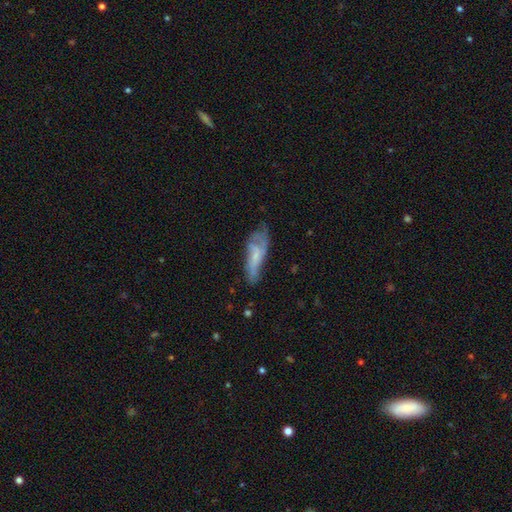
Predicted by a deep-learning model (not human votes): A featured or disk galaxy (51%).

Vote fractions:
- Smooth or featured? featured or disk: 51% / smooth: 41% / star or artifact: 8%
- Edge-on disk? no: 77% / yes: 23%
- Merging? none: 43% / minor disturbance: 31% / major disturbance: 22% / merger: 4%